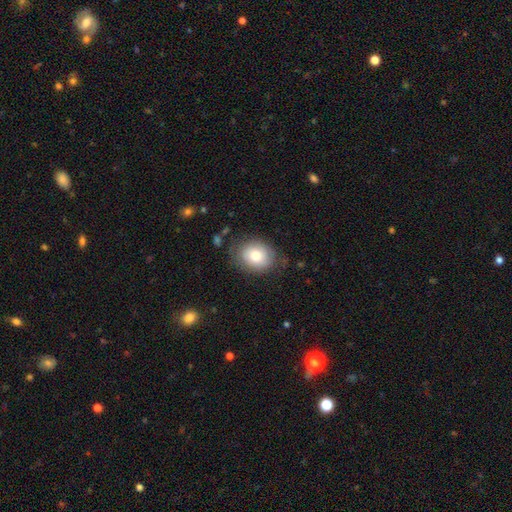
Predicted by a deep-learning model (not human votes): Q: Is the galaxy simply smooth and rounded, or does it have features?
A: smooth — 75%.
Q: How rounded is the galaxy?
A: round — 56%.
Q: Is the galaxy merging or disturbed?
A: none — 76%.